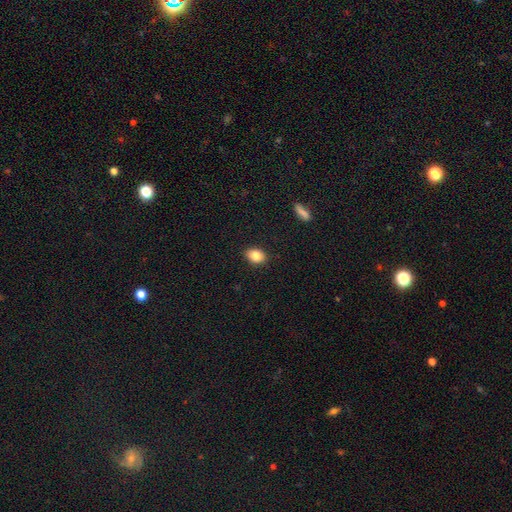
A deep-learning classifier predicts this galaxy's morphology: Smooth or featured: smooth — 83% (star or artifact — 8%)
How rounded: in between — 75% (round — 23%)
Merging: none — 89% (minor disturbance — 8%)